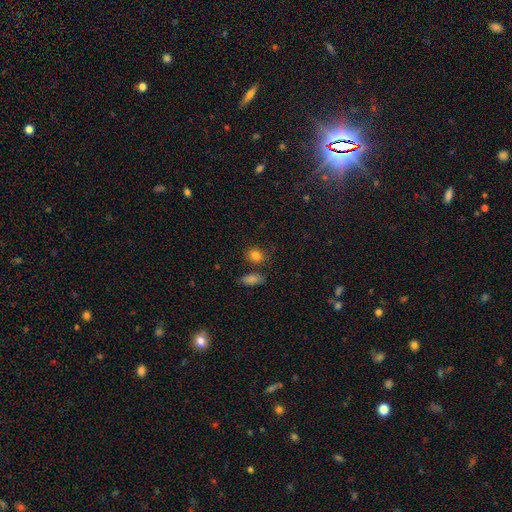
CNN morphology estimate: Smooth or featured?
  - smooth: 83% *
  - star or artifact: 10%
  - featured or disk: 6%
How rounded?
  - round: 64% *
  - in between: 34%
  - cigar-shaped: 2%
Merging?
  - none: 74% *
  - minor disturbance: 13%
  - merger: 10%
  - major disturbance: 4%